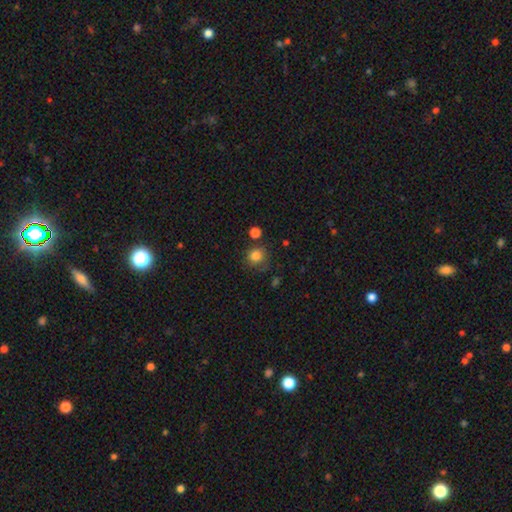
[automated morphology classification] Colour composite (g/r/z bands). It shows a smooth galaxy with no disk features (83%) that is round (89%). Merging: none (76%).